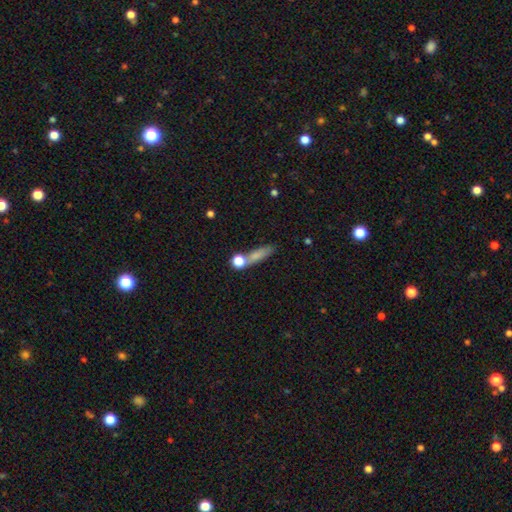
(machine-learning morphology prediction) Smooth or featured? Predicted: smooth (p=0.71). How rounded? Predicted: cigar-shaped (p=0.64). Merging? Predicted: none (p=0.61).